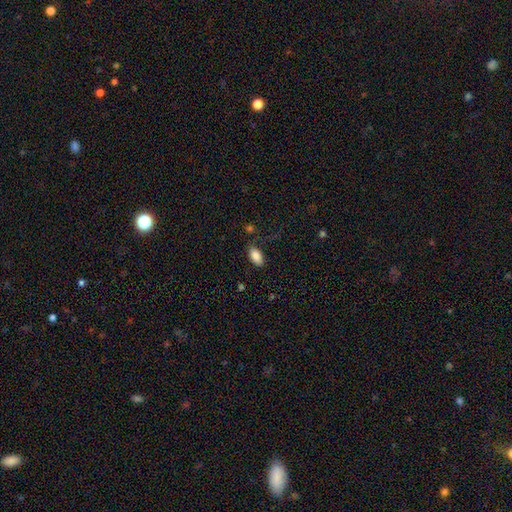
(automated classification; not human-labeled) Smooth or featured?
  - smooth: 85% *
  - featured or disk: 8%
  - star or artifact: 7%
How rounded?
  - in between: 93% *
  - cigar-shaped: 4%
  - round: 3%
Merging?
  - none: 81% *
  - minor disturbance: 13%
  - major disturbance: 4%
  - merger: 2%